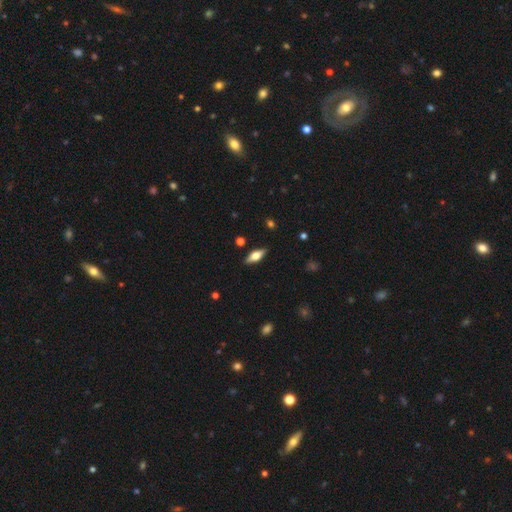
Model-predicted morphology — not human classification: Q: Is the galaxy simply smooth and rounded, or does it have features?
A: featured or disk — 47%.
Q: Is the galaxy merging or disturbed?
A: none — 88%.